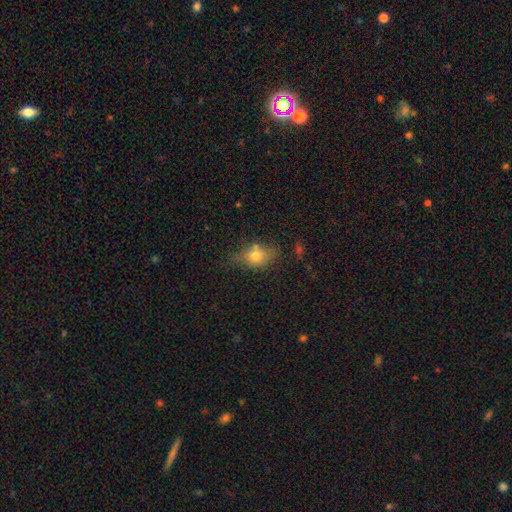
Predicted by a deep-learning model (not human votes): smooth_or_featured: smooth (p=0.69) [alt: featured or disk p=0.19]
how_rounded: in between (p=0.68) [alt: round p=0.28]
merging: none (p=0.57) [alt: minor disturbance p=0.26]